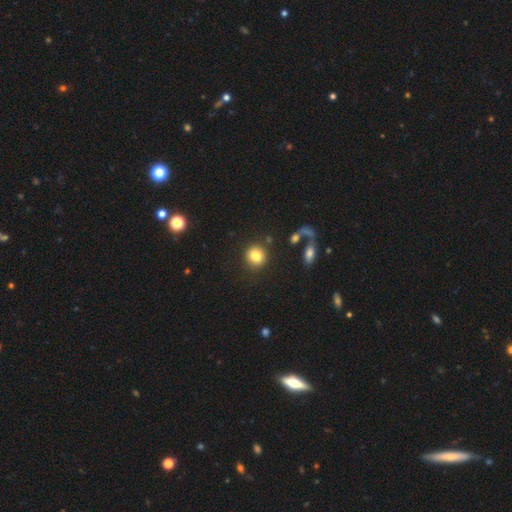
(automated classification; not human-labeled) smooth-or-featured: smooth: 84% | star or artifact: 9% | featured or disk: 8%
  how-rounded: round: 83% | in between: 16% | cigar-shaped: 1%
  merging: none: 81% | minor disturbance: 8% | merger: 6% | major disturbance: 5%